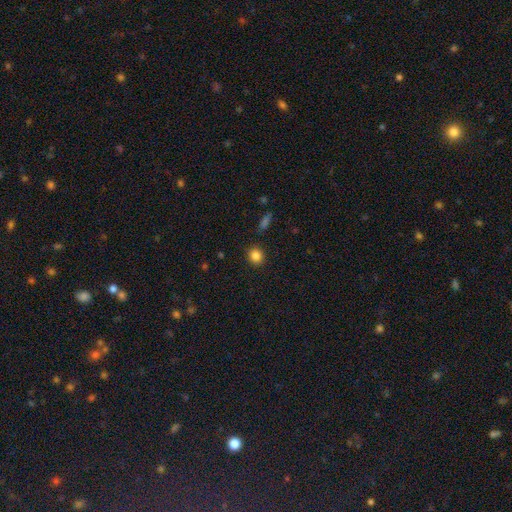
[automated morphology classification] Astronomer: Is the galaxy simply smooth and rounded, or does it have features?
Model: smooth — 84%.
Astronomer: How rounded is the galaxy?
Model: round — 84%.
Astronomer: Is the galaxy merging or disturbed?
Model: none — 90%.